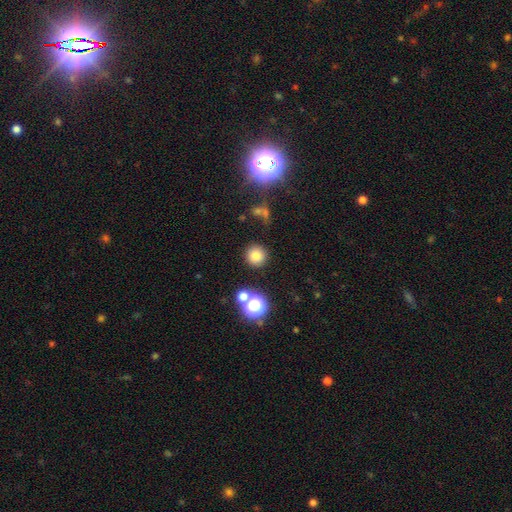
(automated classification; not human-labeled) Smooth or featured: smooth — 78% (star or artifact — 15%)
How rounded: round — 95% (in between — 4%)
Merging: none — 86% (minor disturbance — 7%)